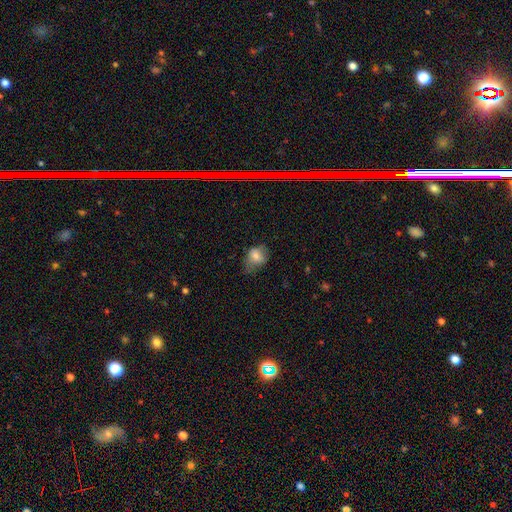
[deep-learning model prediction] This is likely a smooth galaxy (75%). How rounded: possibly in between (58%). Merging: marginally none (45%).